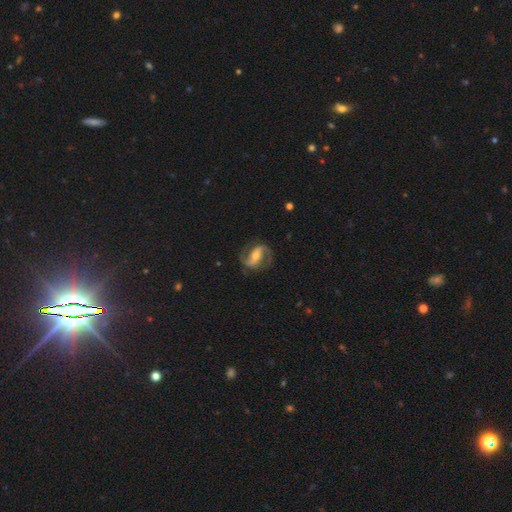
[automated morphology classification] Smooth or featured?
  - featured or disk: 87% *
  - smooth: 8%
  - star or artifact: 5%
Edge-on disk?
  - no: 97% *
  - yes: 3%
Bar?
  - strong: 48% *
  - weak: 32%
  - no: 19%
Spiral arms?
  - yes: 96% *
  - no: 4%
Spiral winding?
  - medium: 51% *
  - loose: 31%
  - tight: 19%
Spiral arm count?
  - 2: 92% *
  - can't tell: 2%
  - 1: 2%
  - 3: 1%
  - 4: 1%
  - more than 4: 1%
Bulge size?
  - moderate: 56% *
  - small: 36%
  - large: 4%
  - none: 2%
  - dominant: 1%
Merging?
  - none: 80% *
  - minor disturbance: 12%
  - major disturbance: 6%
  - merger: 1%